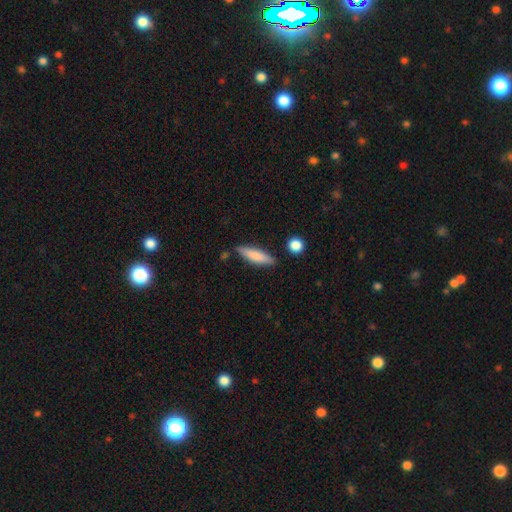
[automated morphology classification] Smooth or featured: smooth — 78% (featured or disk — 16%)
How rounded: cigar-shaped — 67% (in between — 31%)
Merging: none — 78% (minor disturbance — 15%)